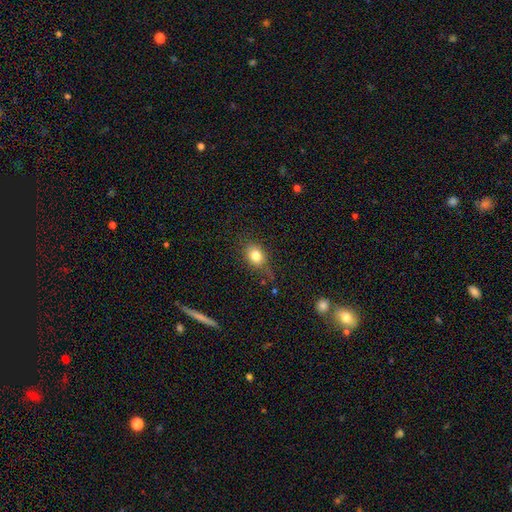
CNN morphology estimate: smooth 81%, star or artifact 10%, featured or disk 9%. Down the decision tree: how rounded — in between (54%); merging — none (69%).